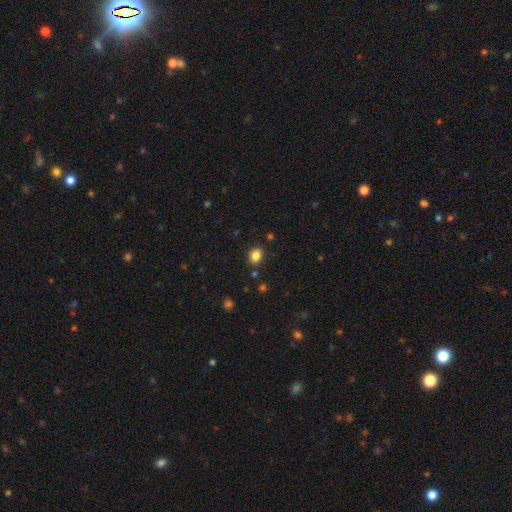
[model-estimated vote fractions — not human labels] This appears to be a smooth galaxy with no disk features (84%) that is in between round and cigar-shaped (56%). Merging: none (85%).